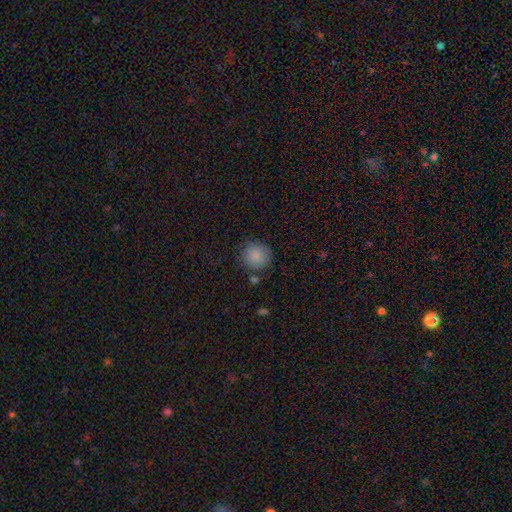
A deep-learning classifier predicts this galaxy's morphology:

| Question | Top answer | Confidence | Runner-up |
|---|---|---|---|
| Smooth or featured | smooth | 87% | star or artifact (8%) |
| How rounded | round | 91% | in between (8%) |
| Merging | none | 81% | minor disturbance (12%) |